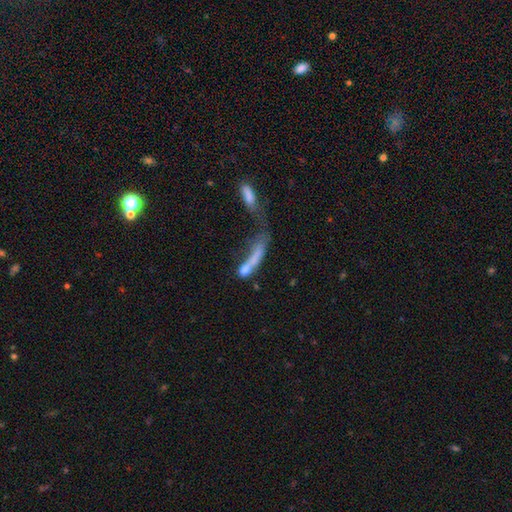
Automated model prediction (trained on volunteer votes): A smooth galaxy with no disk features (57%) that is cigar-shaped (71%). Merging: merger (48%).